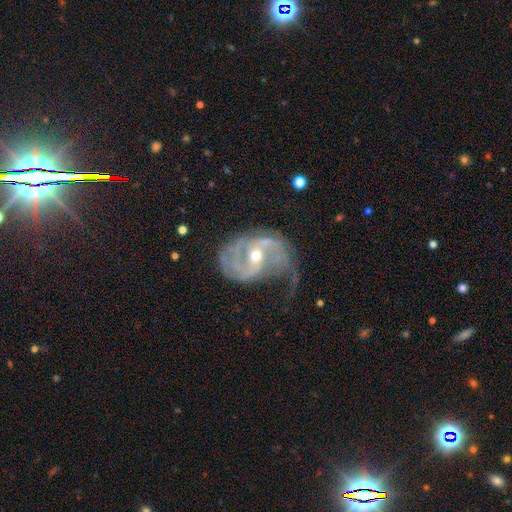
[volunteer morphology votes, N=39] smooth_or_featured: featured or disk (p=0.90) [alt: smooth p=0.05]
disk_edge_on: no (p=0.97) [alt: yes p=0.03]
bar: no (p=0.44) [alt: weak p=0.41]
has_spiral_arms: yes (p=0.97) [alt: no p=0.03]
spiral_winding: medium (p=0.55) [alt: tight p=0.24]
spiral_arm_count: 2 (p=0.61) [alt: 3 p=0.24]
bulge_size: moderate (p=0.68) [alt: small p=0.29]
merging: major disturbance (p=0.38) [alt: minor disturbance p=0.32]